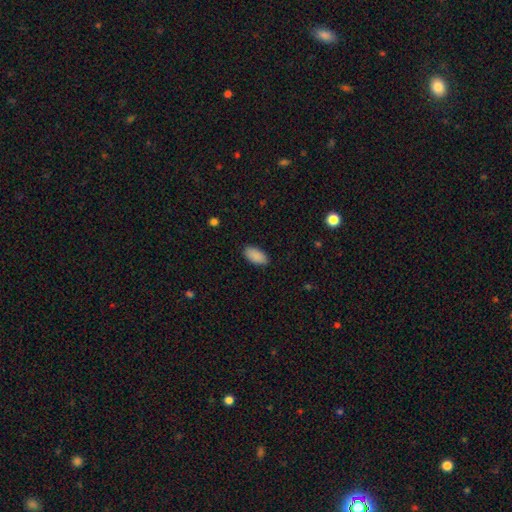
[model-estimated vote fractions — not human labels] smooth-or-featured: smooth: 90% | star or artifact: 7% | featured or disk: 3%
  how-rounded: in between: 94% | cigar-shaped: 3% | round: 2%
  merging: none: 88% | minor disturbance: 9% | major disturbance: 2% | merger: 1%